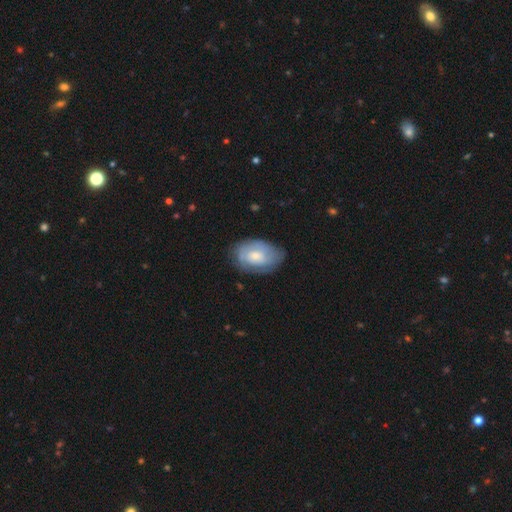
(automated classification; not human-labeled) Smooth or featured? featured or disk (47%, tied with smooth)
Merging? none (66%)